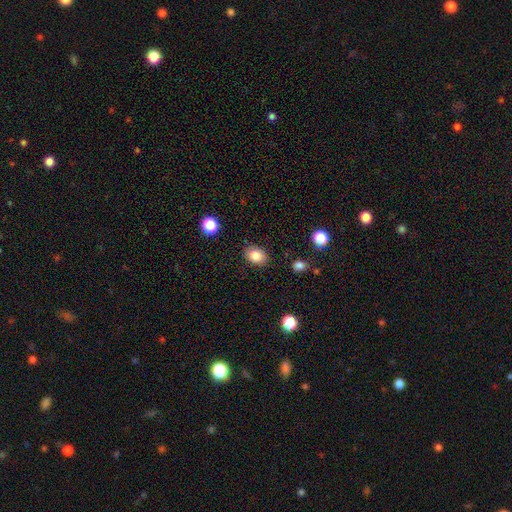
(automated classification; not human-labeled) Q: Smooth or featured?
A: smooth (84%); runner-up: star or artifact (9%)
Q: How rounded?
A: in between (68%); runner-up: round (31%)
Q: Merging?
A: none (86%); runner-up: minor disturbance (10%)